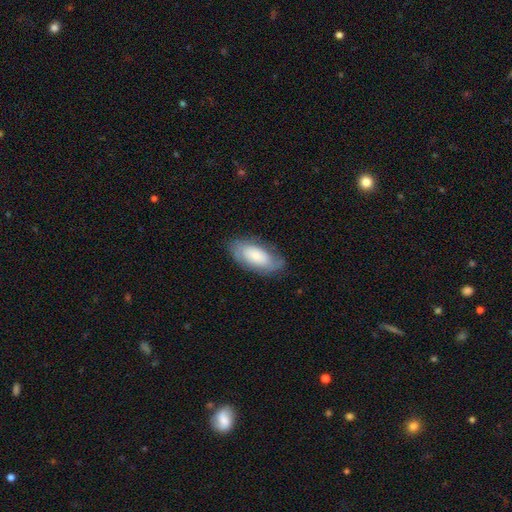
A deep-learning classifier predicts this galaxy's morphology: A smooth galaxy with no disk features (67%) that is in between round and cigar-shaped (90%).

Vote fractions:
- Smooth or featured? smooth: 67% / featured or disk: 27% / star or artifact: 6%
- How rounded? in between: 90% / cigar-shaped: 8% / round: 2%
- Merging? none: 76% / minor disturbance: 18% / major disturbance: 5% / merger: 1%